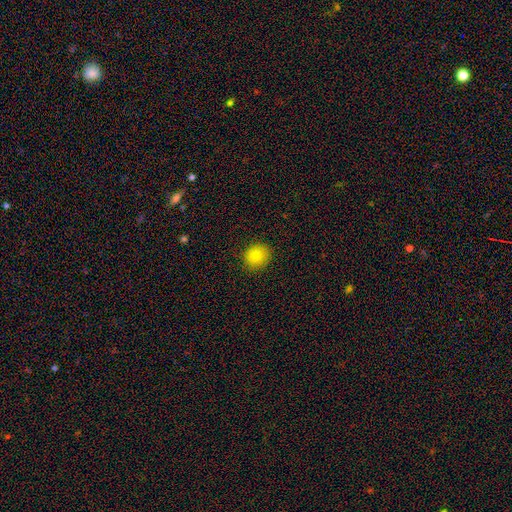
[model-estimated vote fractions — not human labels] smooth-or-featured: smooth: 80% | star or artifact: 12% | featured or disk: 9%
  how-rounded: round: 83% | in between: 17% | cigar-shaped: 1%
  merging: none: 89% | minor disturbance: 8% | major disturbance: 2% | merger: 1%